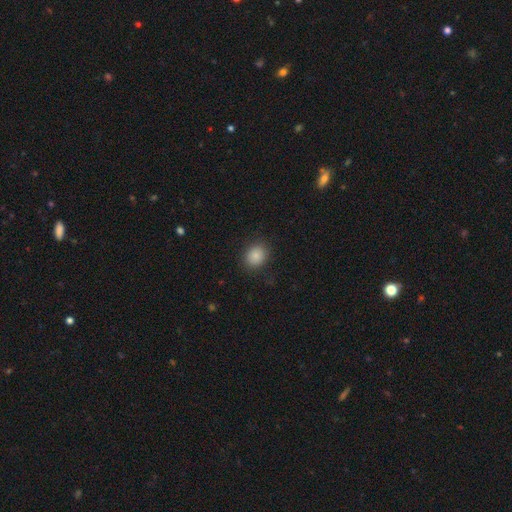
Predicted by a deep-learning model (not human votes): smooth_or_featured: smooth (p=0.85) [alt: star or artifact p=0.10]
how_rounded: round (p=0.59) [alt: in between p=0.40]
merging: none (p=0.86) [alt: minor disturbance p=0.10]